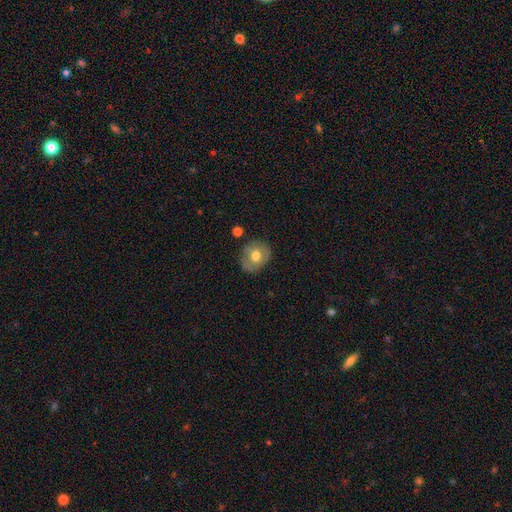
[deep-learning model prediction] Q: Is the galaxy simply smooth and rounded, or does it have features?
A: smooth — 59%.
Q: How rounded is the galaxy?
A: round — 67%.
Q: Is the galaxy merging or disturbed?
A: none — 76%.